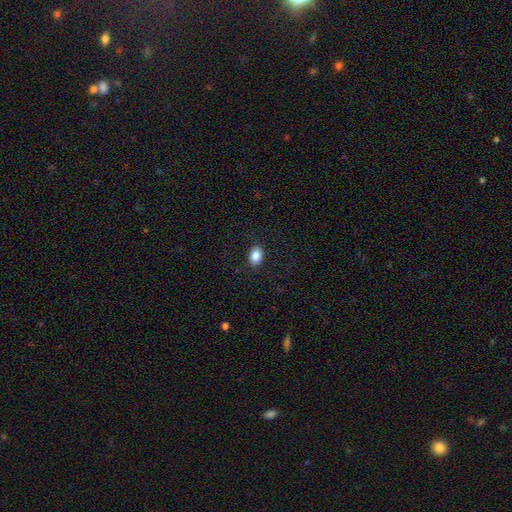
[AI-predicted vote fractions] smooth-or-featured: smooth: 87% | star or artifact: 8% | featured or disk: 4%
  how-rounded: in between: 80% | round: 19% | cigar-shaped: 1%
  merging: none: 89% | minor disturbance: 8% | major disturbance: 2% | merger: 1%